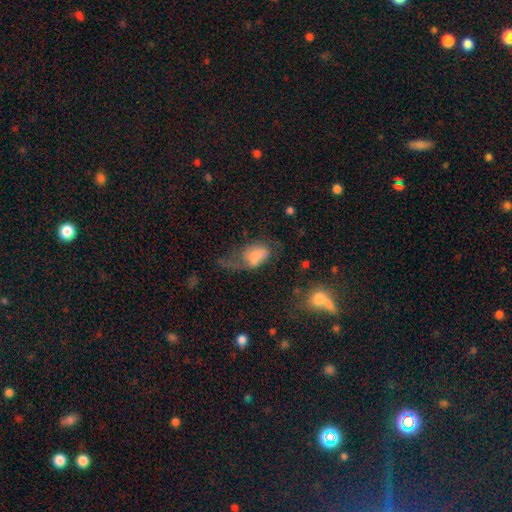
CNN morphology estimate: Q: Smooth or featured?
A: smooth (59%); runner-up: featured or disk (30%)
Q: How rounded?
A: in between (88%); runner-up: round (10%)
Q: Merging?
A: major disturbance (51%); runner-up: minor disturbance (22%)